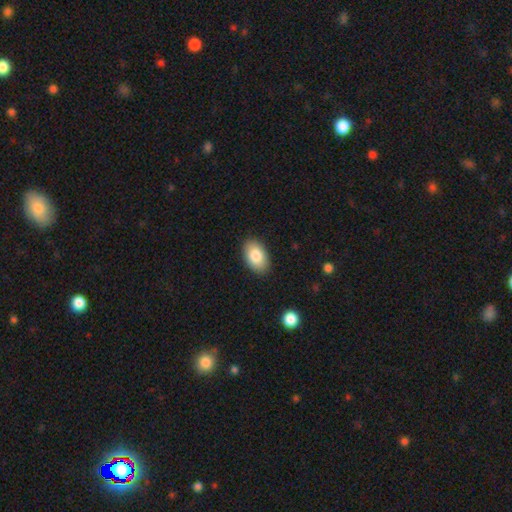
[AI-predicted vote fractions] smooth_or_featured: smooth (p=0.84) [alt: featured or disk p=0.09]
how_rounded: in between (p=0.92) [alt: round p=0.07]
merging: none (p=0.88) [alt: minor disturbance p=0.09]